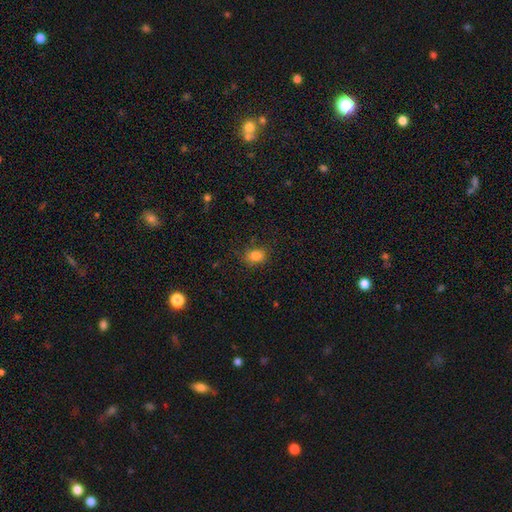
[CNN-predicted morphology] Q: Smooth or featured?
A: smooth (82%); runner-up: star or artifact (12%)
Q: How rounded?
A: in between (55%); runner-up: round (44%)
Q: Merging?
A: none (77%); runner-up: minor disturbance (16%)